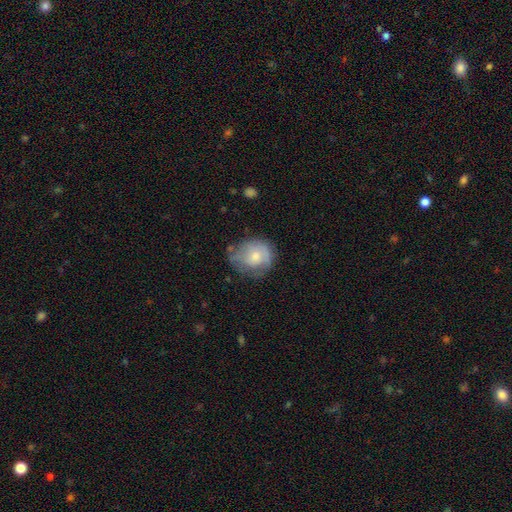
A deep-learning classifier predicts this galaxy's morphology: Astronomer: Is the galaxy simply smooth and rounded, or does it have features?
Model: smooth — 56% (runner-up: featured or disk, 37%).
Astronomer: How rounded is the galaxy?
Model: round — 72%.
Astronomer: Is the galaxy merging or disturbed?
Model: none — 49% (runner-up: minor disturbance, 32%).